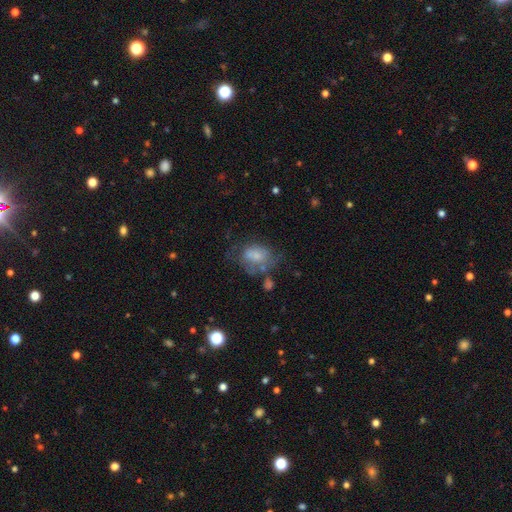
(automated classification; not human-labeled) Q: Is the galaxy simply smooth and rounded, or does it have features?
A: smooth — 60%.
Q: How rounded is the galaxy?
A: in between — 69%.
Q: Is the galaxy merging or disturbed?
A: none — 33%.